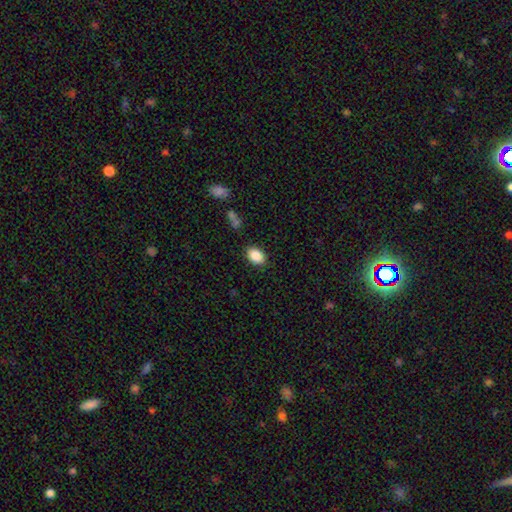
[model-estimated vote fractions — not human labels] Smooth or featured? Predicted: smooth (p=0.88). How rounded? Predicted: in between (p=0.80). Merging? Predicted: none (p=0.86).